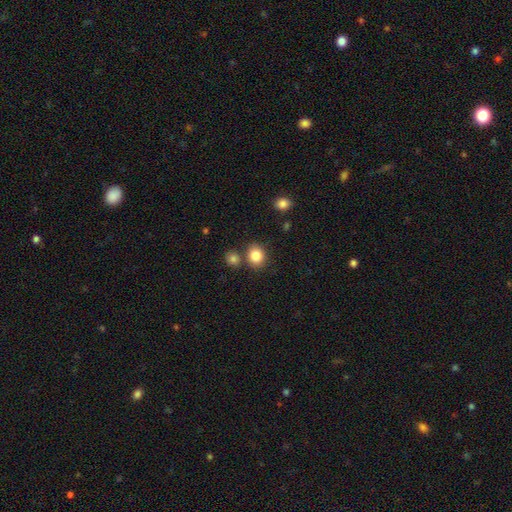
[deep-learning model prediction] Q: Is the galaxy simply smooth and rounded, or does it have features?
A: smooth — 85%.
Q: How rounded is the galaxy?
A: round — 71%.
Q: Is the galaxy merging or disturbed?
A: none — 73%.